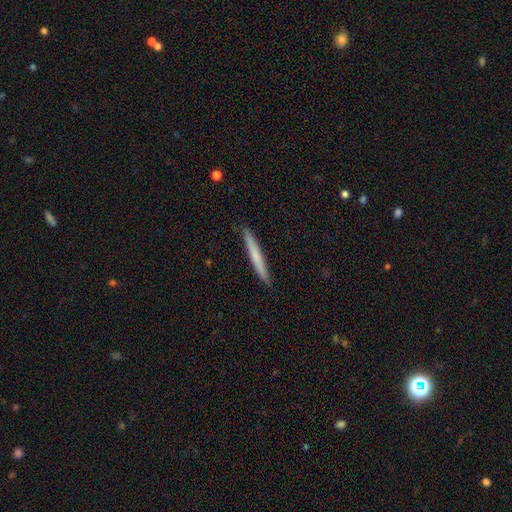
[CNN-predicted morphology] Smooth or featured?
  - smooth: 62% *
  - featured or disk: 33%
  - star or artifact: 5%
How rounded?
  - cigar-shaped: 97% *
  - in between: 2%
  - round: 1%
Merging?
  - none: 91% *
  - minor disturbance: 6%
  - major disturbance: 1%
  - merger: 1%